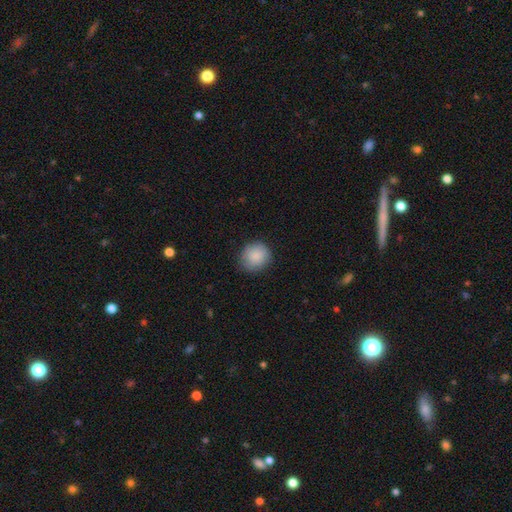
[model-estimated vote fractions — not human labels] smooth-or-featured: smooth: 87% | star or artifact: 7% | featured or disk: 5%
  how-rounded: round: 86% | in between: 13% | cigar-shaped: 1%
  merging: none: 83% | minor disturbance: 13% | major disturbance: 3% | merger: 1%